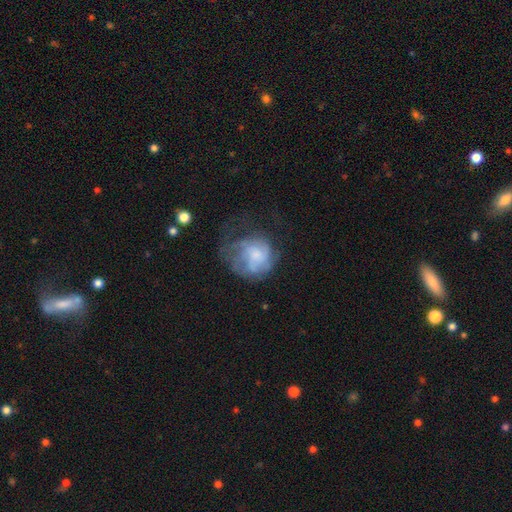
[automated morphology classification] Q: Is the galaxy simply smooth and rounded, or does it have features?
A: featured or disk — 52%.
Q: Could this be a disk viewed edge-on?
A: no — 98%.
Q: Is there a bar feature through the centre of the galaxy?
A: no — 77%.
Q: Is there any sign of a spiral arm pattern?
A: yes — 61%.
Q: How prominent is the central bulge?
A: moderate — 30%.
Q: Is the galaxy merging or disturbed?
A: major disturbance — 40%.